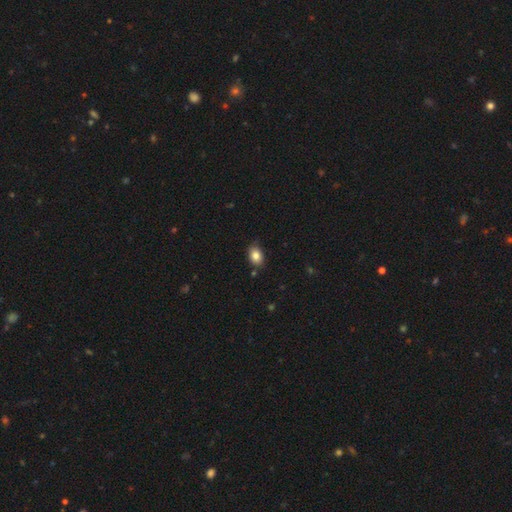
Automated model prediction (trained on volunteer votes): A smooth galaxy with no disk features (84%) that is in between round and cigar-shaped (74%). Merging: none (77%).